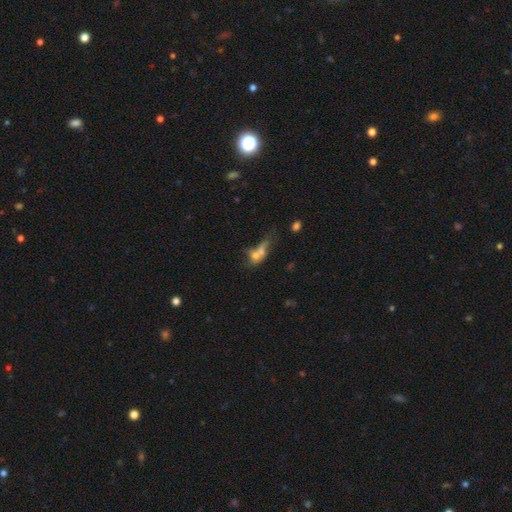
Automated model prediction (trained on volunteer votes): This is possibly a smooth galaxy (58%). How rounded: possibly in between (56%). Merging: possibly merger (53%).